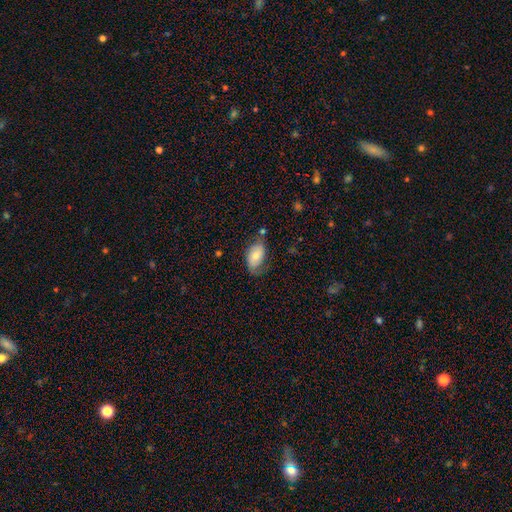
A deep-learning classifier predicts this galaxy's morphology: A smooth galaxy with no disk features (59%) that is in between round and cigar-shaped (92%). Merging: none (51%).